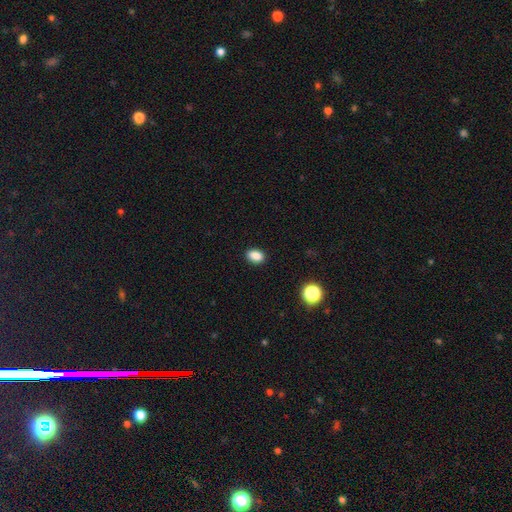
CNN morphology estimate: A smooth galaxy with no disk features (87%) that is in between round and cigar-shaped (82%). Merging: none (89%).